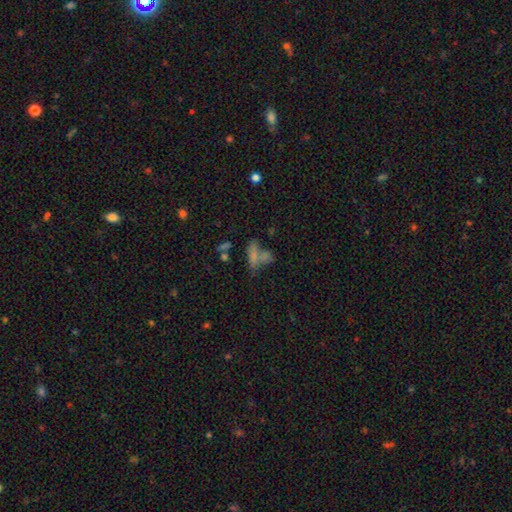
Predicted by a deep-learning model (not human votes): This appears to be a smooth galaxy with no disk features (63%) that is in between round and cigar-shaped (65%). Merging: merger (43%).